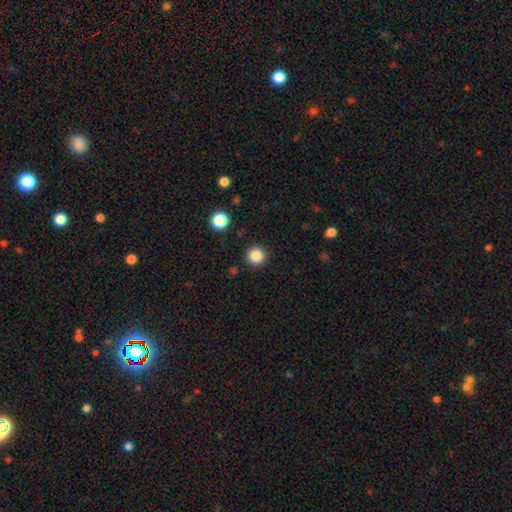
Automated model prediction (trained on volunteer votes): A smooth galaxy with no disk features (85%) that is round (95%). Merging: none (91%).